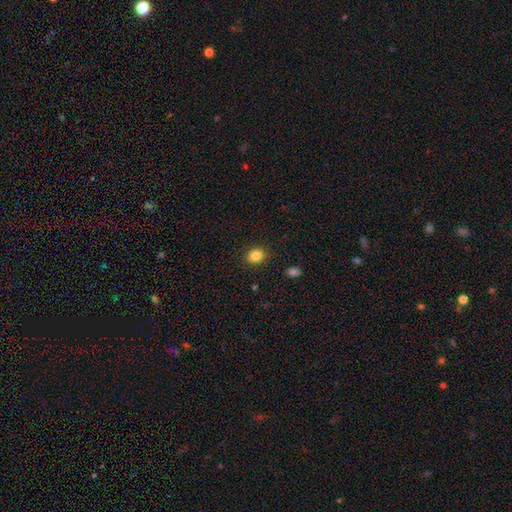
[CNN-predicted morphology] Q: Smooth or featured?
A: smooth (85%); runner-up: star or artifact (10%)
Q: How rounded?
A: round (57%); runner-up: in between (42%)
Q: Merging?
A: none (89%); runner-up: minor disturbance (8%)